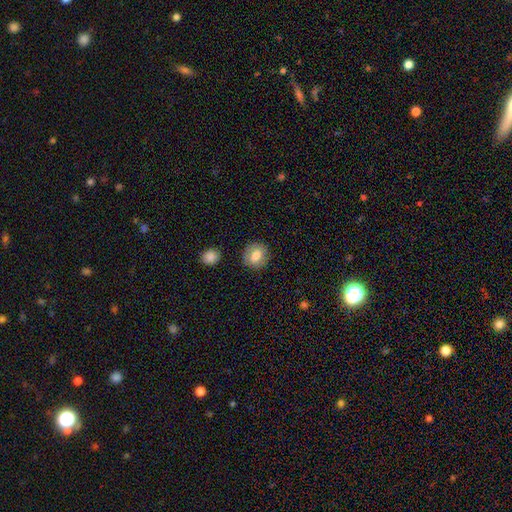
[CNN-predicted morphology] A smooth galaxy with no disk features (78%) that is round (71%). Merging: none (84%).